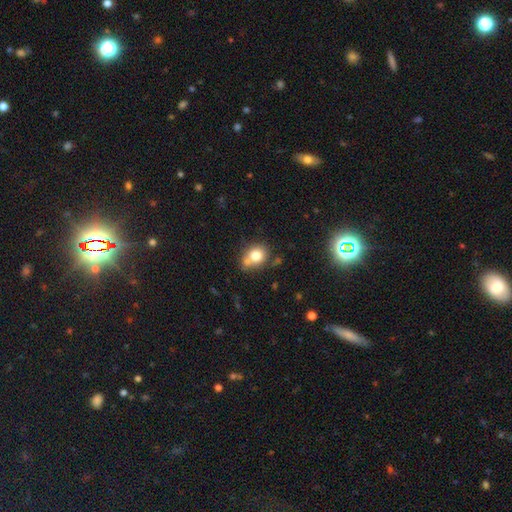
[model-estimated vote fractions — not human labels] smooth 77%, featured or disk 12%, star or artifact 11%. Down the decision tree: how rounded — round (63%); merging — none (55%).